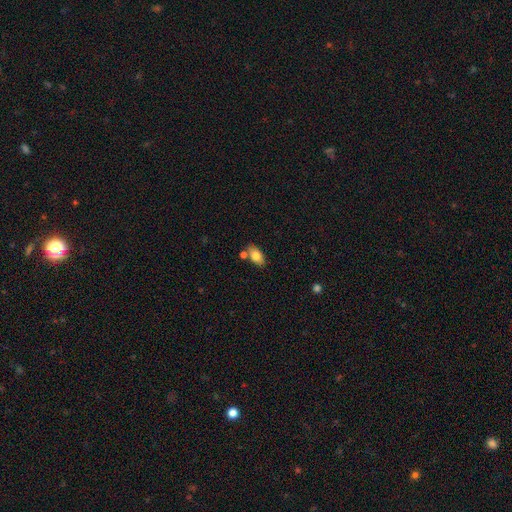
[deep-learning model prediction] Q: Smooth or featured?
A: smooth (78%); runner-up: featured or disk (14%)
Q: How rounded?
A: in between (90%); runner-up: round (6%)
Q: Merging?
A: none (70%); runner-up: merger (14%)